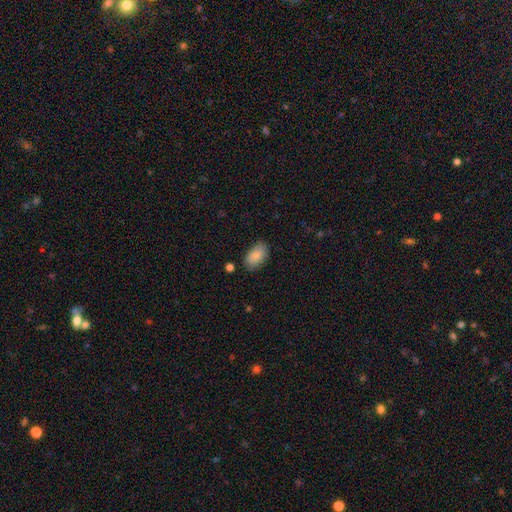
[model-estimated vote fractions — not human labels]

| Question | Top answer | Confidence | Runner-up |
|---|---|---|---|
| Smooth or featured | smooth | 84% | featured or disk (9%) |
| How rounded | in between | 93% | round (5%) |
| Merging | none | 81% | minor disturbance (14%) |